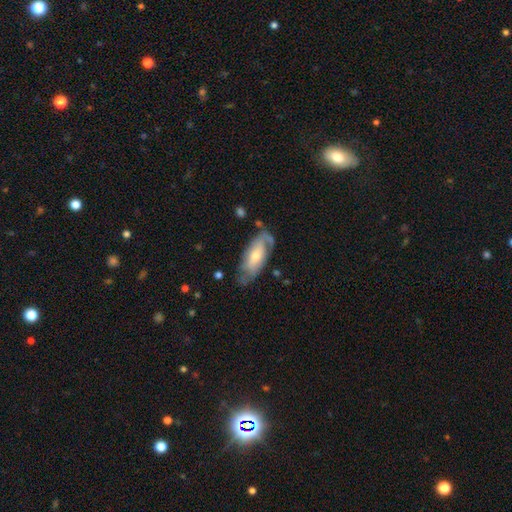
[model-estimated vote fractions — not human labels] smooth-or-featured: featured or disk: 53% | smooth: 41% | star or artifact: 6%
  disk-edge-on: no: 83% | yes: 17%
  merging: none: 59% | minor disturbance: 26% | major disturbance: 12% | merger: 4%